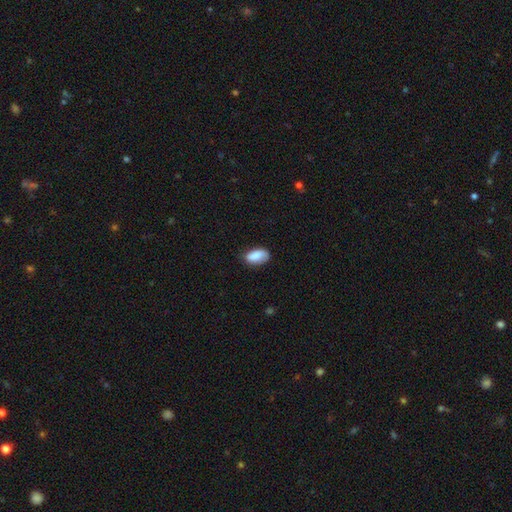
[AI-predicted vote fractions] smooth 79%, featured or disk 15%, star or artifact 7%. Down the decision tree: how rounded — in between (92%); merging — none (70%).